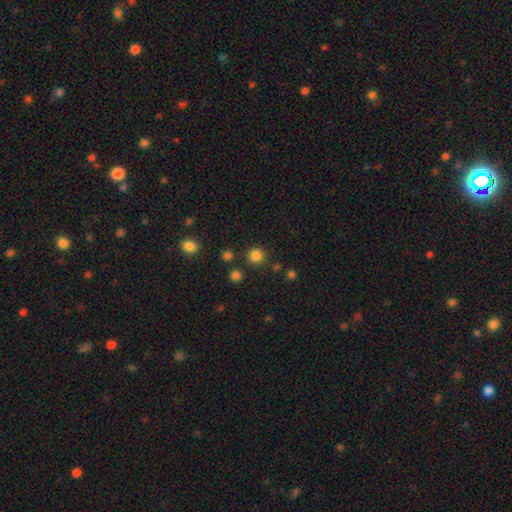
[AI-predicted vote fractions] Smooth or featured: smooth — 82% (star or artifact — 14%)
How rounded: round — 95% (in between — 5%)
Merging: none — 86% (minor disturbance — 6%)